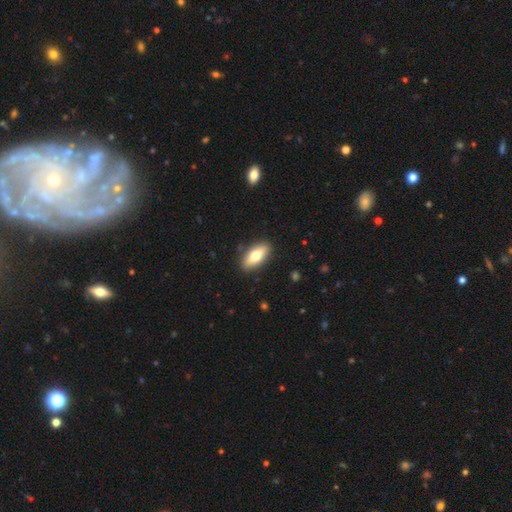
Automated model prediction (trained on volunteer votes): Smooth or featured: smooth — 73% (featured or disk — 21%)
How rounded: in between — 82% (cigar-shaped — 15%)
Merging: none — 88% (minor disturbance — 9%)